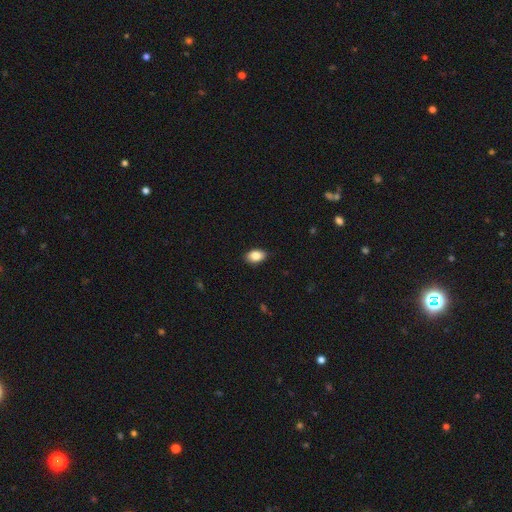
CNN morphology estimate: type=smooth (86%); roundness=in between (87%); merging=none (86%).